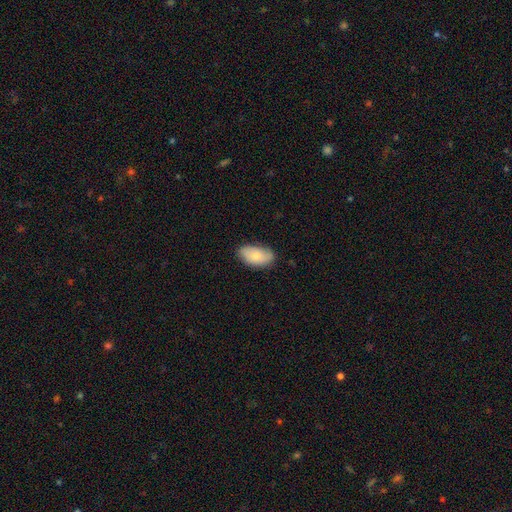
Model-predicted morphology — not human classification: A smooth galaxy with no disk features (78%) that is in between round and cigar-shaped (94%).

Vote fractions:
- Smooth or featured? smooth: 78% / featured or disk: 15% / star or artifact: 6%
- How rounded? in between: 94% / round: 4% / cigar-shaped: 2%
- Merging? none: 75% / minor disturbance: 20% / major disturbance: 3% / merger: 1%